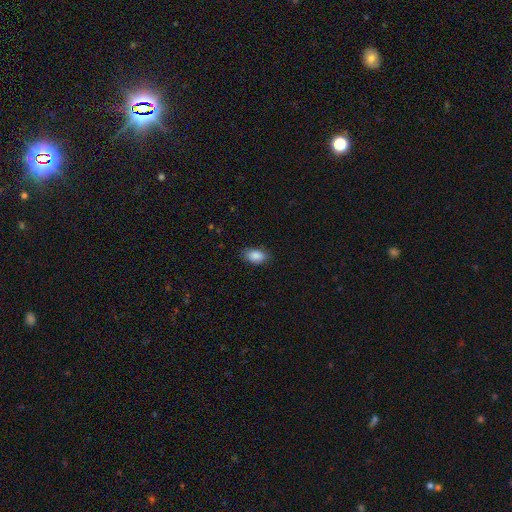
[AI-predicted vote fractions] This is clearly a smooth galaxy (88%). How rounded: clearly in between (91%). Merging: clearly none (84%).